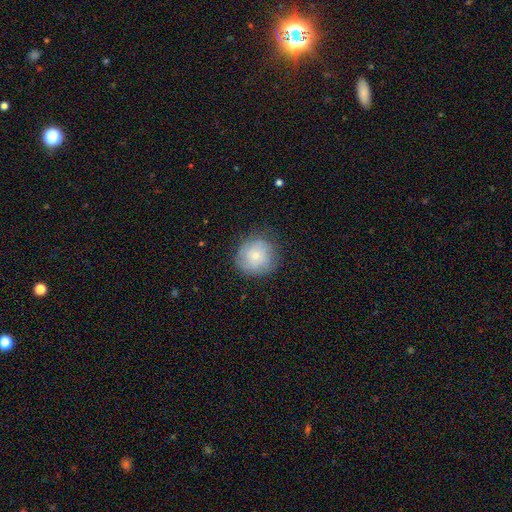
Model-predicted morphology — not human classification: Smooth or featured?
  - smooth: 73% *
  - featured or disk: 19%
  - star or artifact: 8%
How rounded?
  - round: 92% *
  - in between: 8%
  - cigar-shaped: 1%
Merging?
  - none: 76% *
  - minor disturbance: 17%
  - major disturbance: 5%
  - merger: 1%